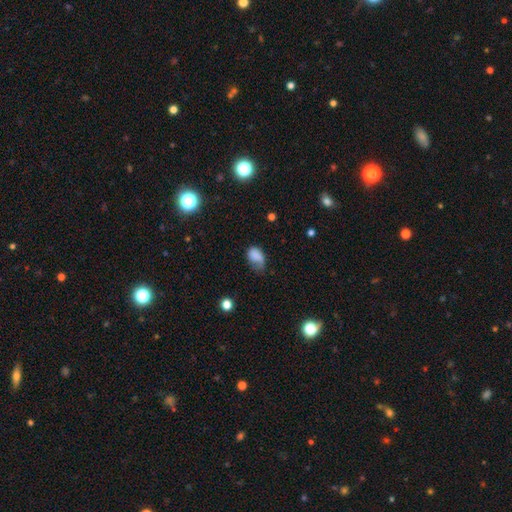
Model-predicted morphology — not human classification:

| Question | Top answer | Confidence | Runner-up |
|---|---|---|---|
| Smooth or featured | smooth | 79% | featured or disk (11%) |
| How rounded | in between | 83% | round (16%) |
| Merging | minor disturbance | 40% | none (36%) |